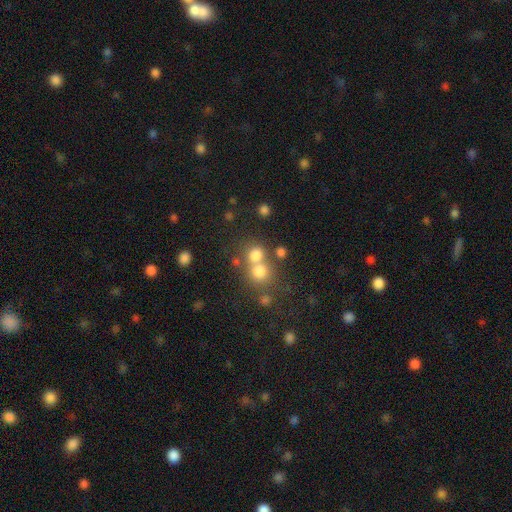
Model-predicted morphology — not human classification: type=smooth (72%); roundness=round (81%); merging=none (46%).